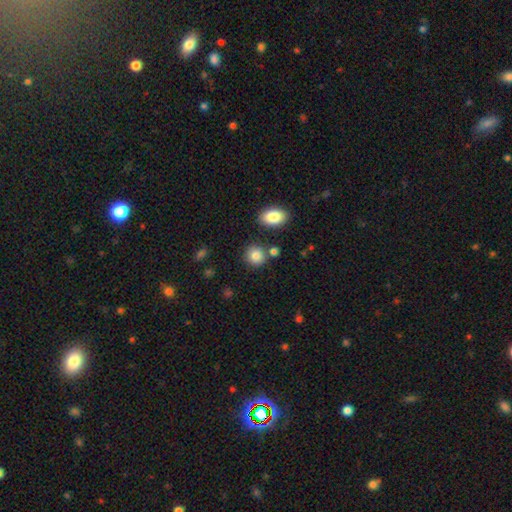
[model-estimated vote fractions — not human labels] Smooth or featured?
  - smooth: 85% *
  - star or artifact: 9%
  - featured or disk: 6%
How rounded?
  - round: 84% *
  - in between: 15%
  - cigar-shaped: 1%
Merging?
  - none: 79% *
  - merger: 9%
  - minor disturbance: 9%
  - major disturbance: 3%